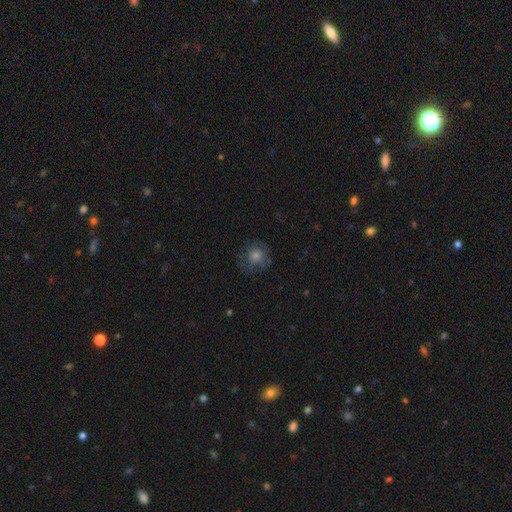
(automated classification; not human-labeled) smooth_or_featured: smooth (p=0.58) [alt: featured or disk p=0.25]
how_rounded: round (p=0.87) [alt: in between p=0.12]
merging: none (p=0.74) [alt: minor disturbance p=0.16]